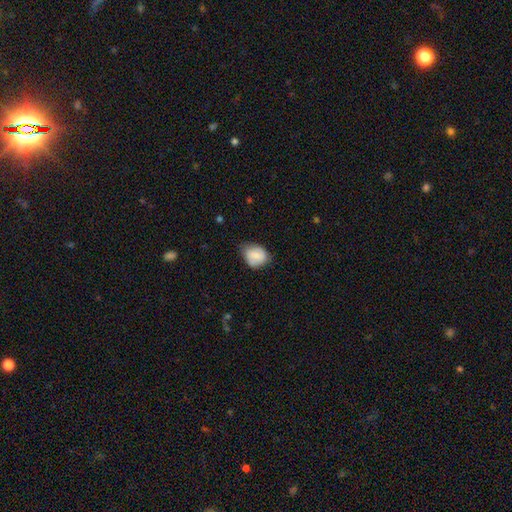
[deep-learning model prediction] This is likely a smooth galaxy (70%). How rounded: possibly round (50%). Merging: possibly none (56%).